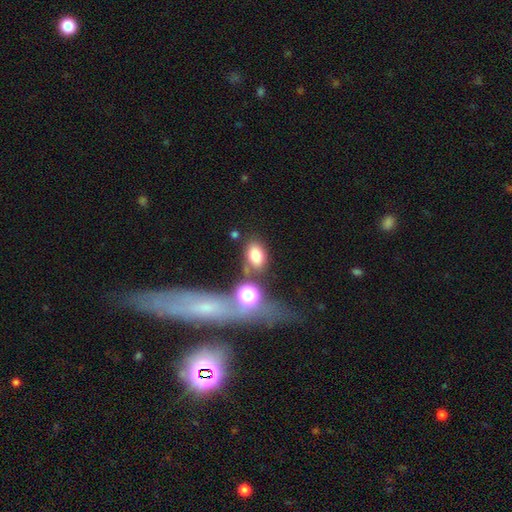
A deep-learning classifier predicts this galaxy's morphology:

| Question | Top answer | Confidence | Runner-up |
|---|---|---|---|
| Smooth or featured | smooth | 76% | star or artifact (13%) |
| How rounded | in between | 84% | round (14%) |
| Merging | none | 62% | merger (16%) |